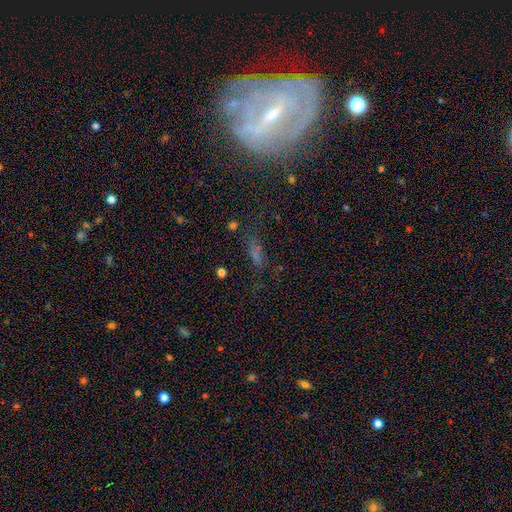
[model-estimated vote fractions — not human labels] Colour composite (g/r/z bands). It shows a smooth galaxy with no disk features (47%). Merging: none (58%).